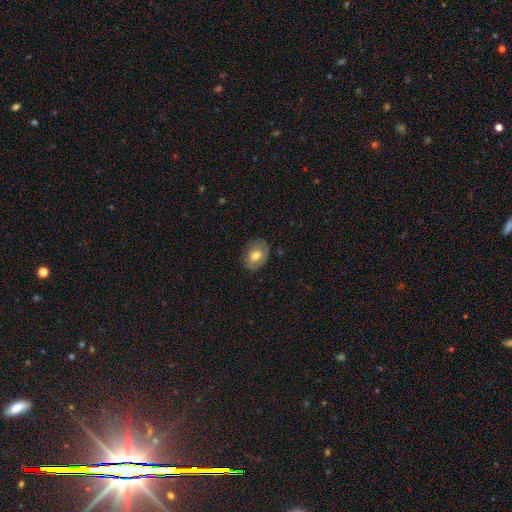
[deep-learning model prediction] Overall: smooth (58%; featured or disk 35%). How rounded: in between (76%). Merging: none (75%).